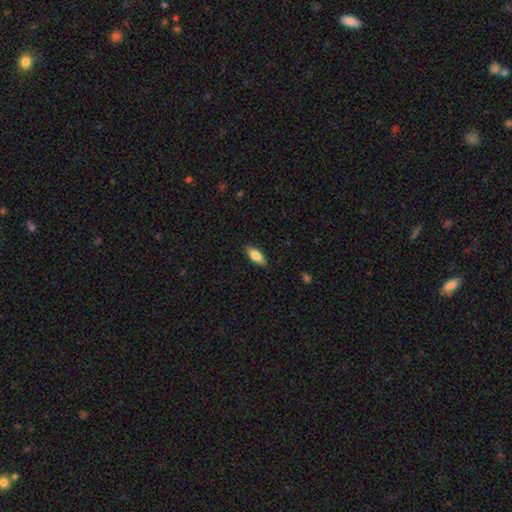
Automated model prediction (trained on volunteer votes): Smooth or featured? smooth (75%)
How rounded? in between (70%)
Merging? none (86%)